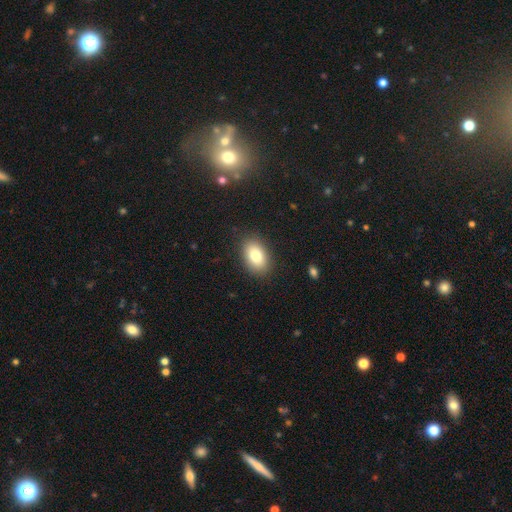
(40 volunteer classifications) Smooth or featured? smooth (80%)
How rounded? in between (91%)
Merging? none (89%)